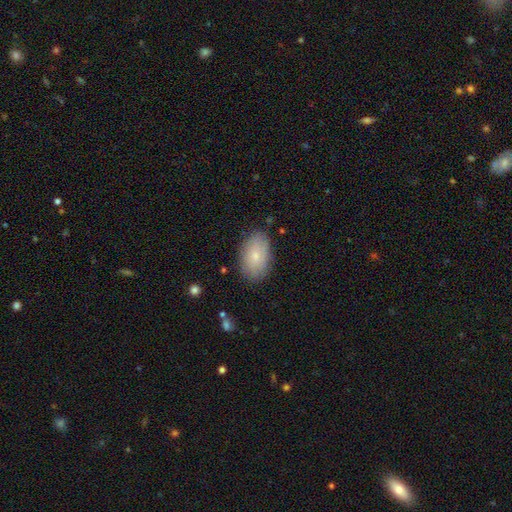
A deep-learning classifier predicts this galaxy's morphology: Smooth or featured? smooth (74%)
How rounded? in between (92%)
Merging? none (82%)